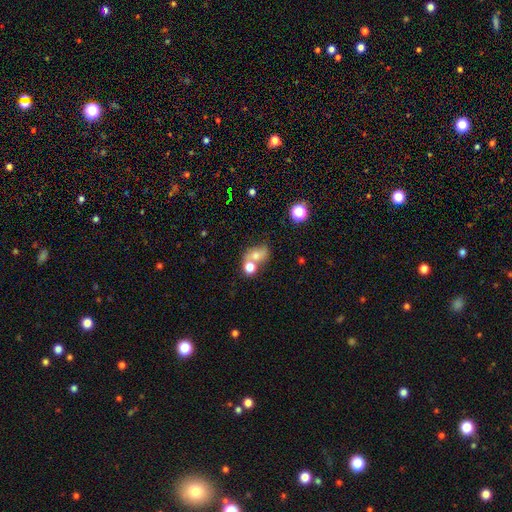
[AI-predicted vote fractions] smooth-or-featured: smooth: 63% | featured or disk: 23% | star or artifact: 14%
  how-rounded: in between: 56% | round: 42% | cigar-shaped: 2%
  merging: merger: 47% | none: 34% | minor disturbance: 12% | major disturbance: 7%